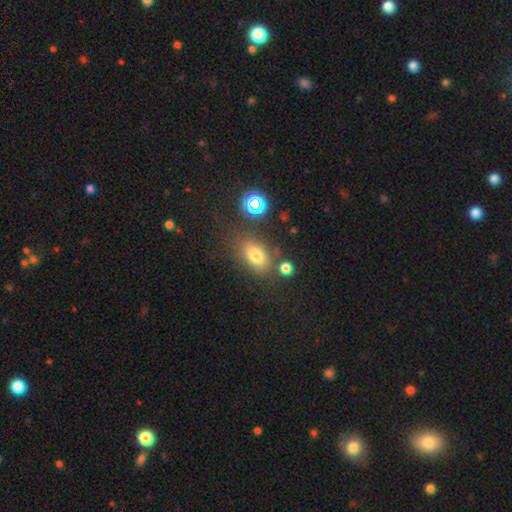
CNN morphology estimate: Smooth or featured? smooth (74%)
How rounded? in between (81%)
Merging? none (72%)